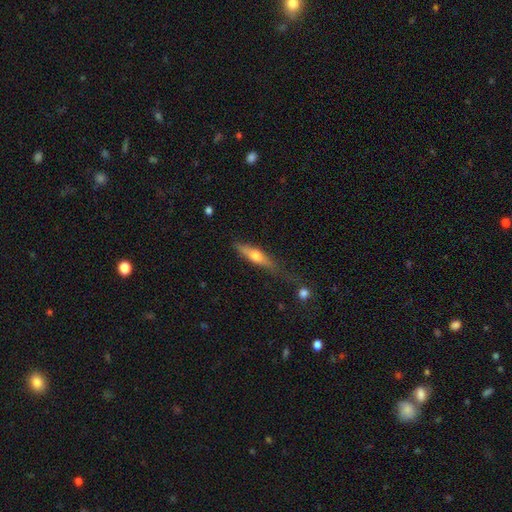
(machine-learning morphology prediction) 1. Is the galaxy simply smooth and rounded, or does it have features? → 50% smooth, 44% featured or disk, 6% star or artifact.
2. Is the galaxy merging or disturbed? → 60% none, 25% minor disturbance, 10% major disturbance, 5% merger.